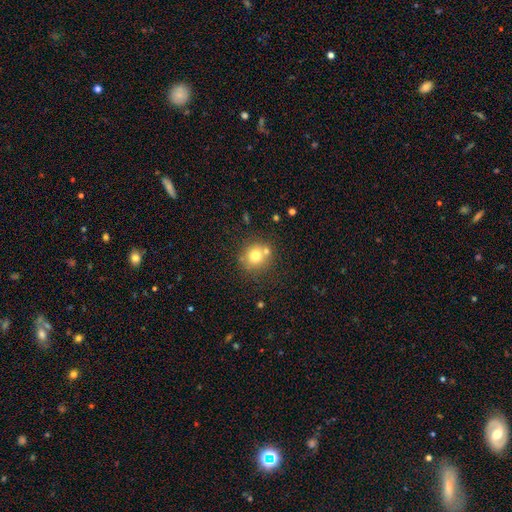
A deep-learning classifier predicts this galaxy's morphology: smooth-or-featured: smooth: 72% | featured or disk: 15% | star or artifact: 13%
  how-rounded: round: 88% | in between: 11% | cigar-shaped: 1%
  merging: none: 66% | merger: 20% | minor disturbance: 10% | major disturbance: 4%